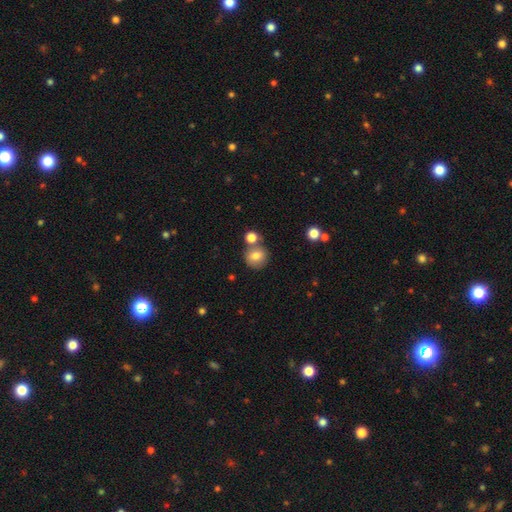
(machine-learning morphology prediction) type=smooth (78%); roundness=round (85%); merging=none (66%).